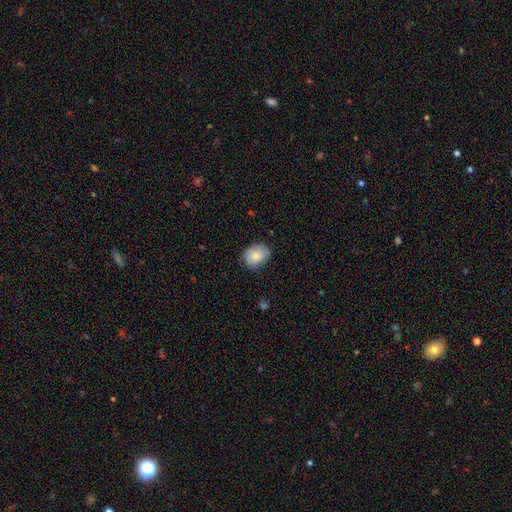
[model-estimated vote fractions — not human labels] Overall: smooth (82%). How rounded: in between (60%; round 39%). Merging: none (70%).